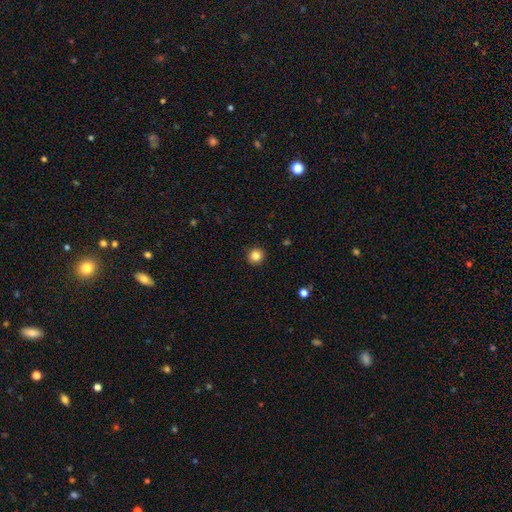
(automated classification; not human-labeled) Smooth or featured? Predicted: smooth (p=0.85). How rounded? Predicted: round (p=0.94). Merging? Predicted: none (p=0.93).